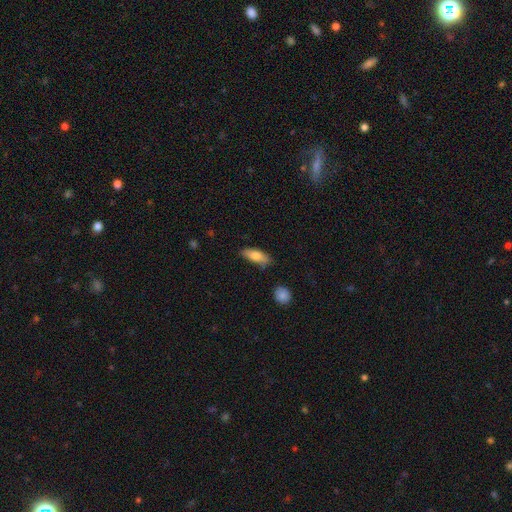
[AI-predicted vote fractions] A smooth galaxy with no disk features (78%) that is in between round and cigar-shaped (73%). Merging: none (74%).